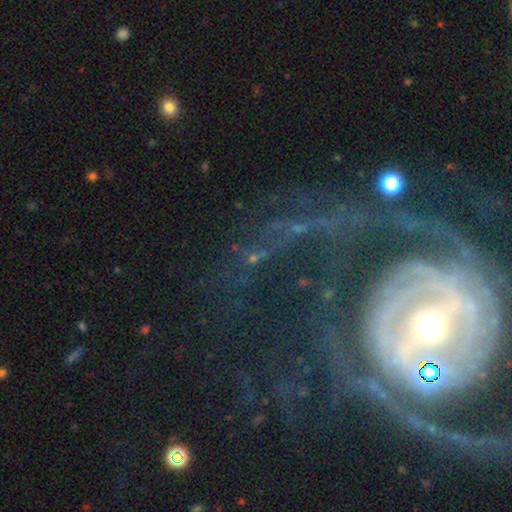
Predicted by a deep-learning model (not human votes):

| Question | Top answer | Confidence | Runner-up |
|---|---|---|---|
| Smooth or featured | featured or disk | 57% | star or artifact (28%) |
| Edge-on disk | no | 87% | yes (13%) |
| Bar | no | 47% | weak (28%) |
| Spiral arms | yes | 79% | no (21%) |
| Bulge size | small | 49% | moderate (33%) |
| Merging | none | 59% | major disturbance (19%) |